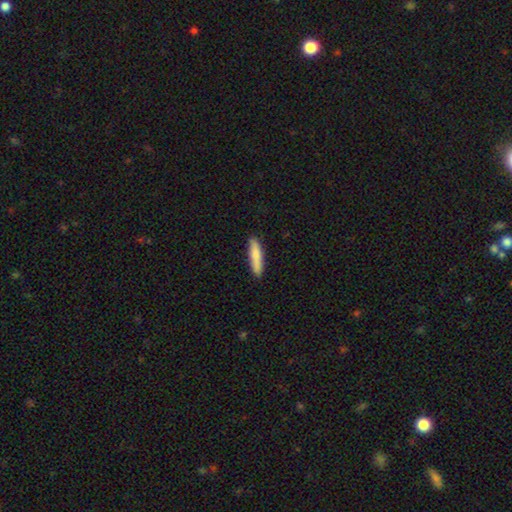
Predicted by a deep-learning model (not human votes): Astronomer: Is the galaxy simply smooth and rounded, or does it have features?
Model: smooth — 81%.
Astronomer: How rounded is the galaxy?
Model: cigar-shaped — 79%.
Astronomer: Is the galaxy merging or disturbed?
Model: none — 86%.